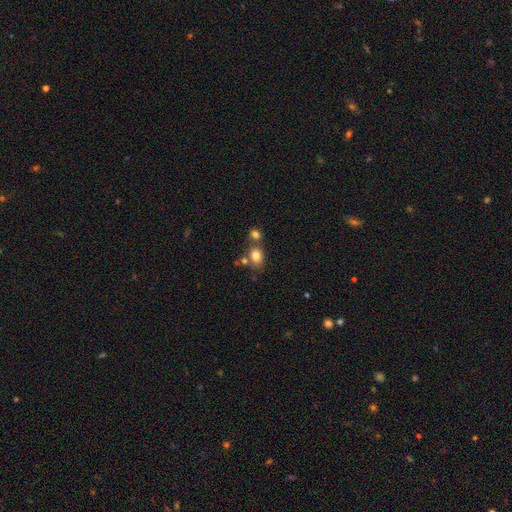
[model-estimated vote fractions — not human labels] Smooth or featured: smooth — 81% (star or artifact — 11%)
How rounded: in between — 57% (round — 42%)
Merging: none — 54% (merger — 29%)